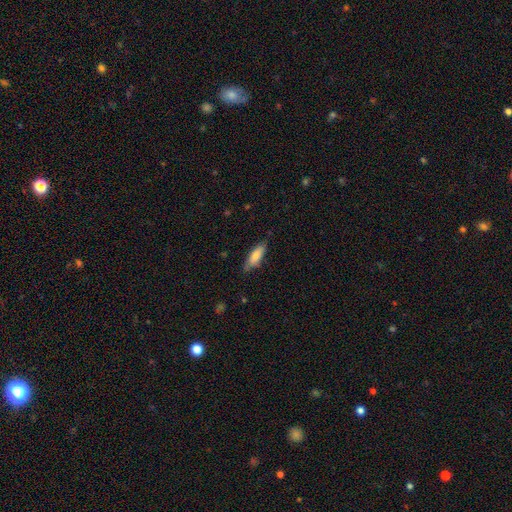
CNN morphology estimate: The model was most divided on "how rounded": in between: 57%, cigar-shaped: 41%, round: 2%. More confident: smooth or featured — smooth (75%); merging — none (75%).